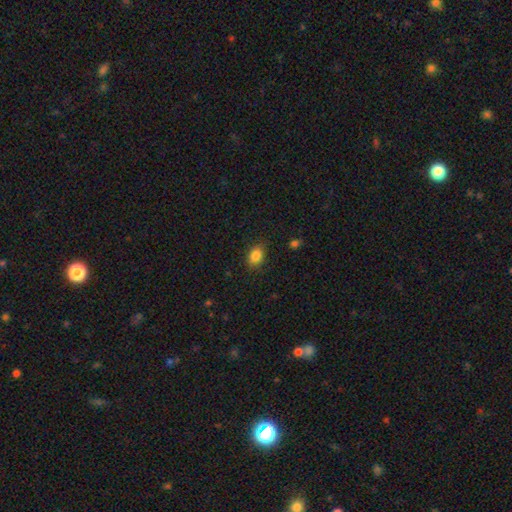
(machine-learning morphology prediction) Smooth or featured? Predicted: smooth (p=0.86). How rounded? Predicted: in between (p=0.70). Merging? Predicted: none (p=0.85).